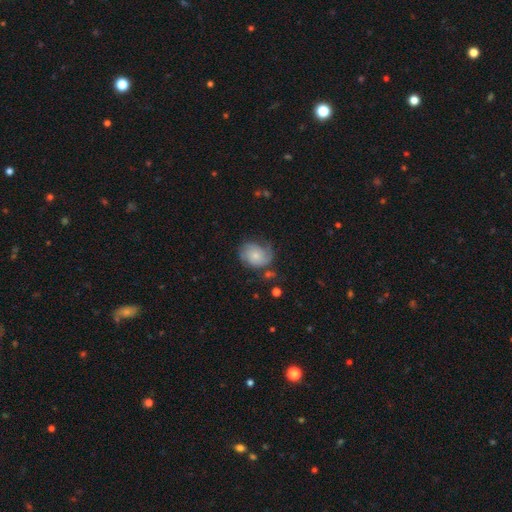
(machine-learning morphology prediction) A featured or disk galaxy (48%).

Vote fractions:
- Smooth or featured? featured or disk: 48% / smooth: 45% / star or artifact: 8%
- Merging? none: 54% / minor disturbance: 28% / major disturbance: 15% / merger: 4%